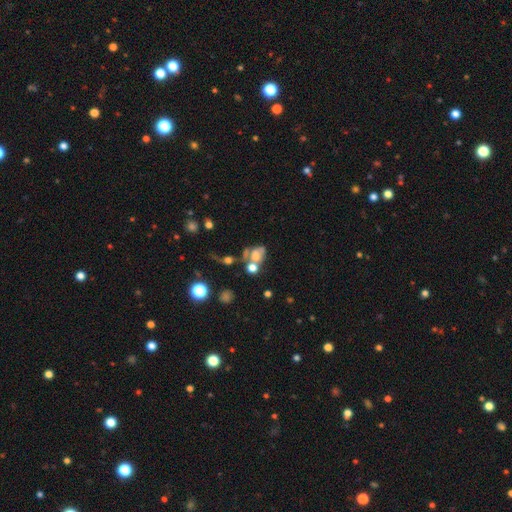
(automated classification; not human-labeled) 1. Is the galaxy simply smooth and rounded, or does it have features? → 50% smooth, 33% featured or disk, 17% star or artifact.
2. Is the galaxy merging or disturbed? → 40% merger, 26% none, 19% major disturbance, 16% minor disturbance.